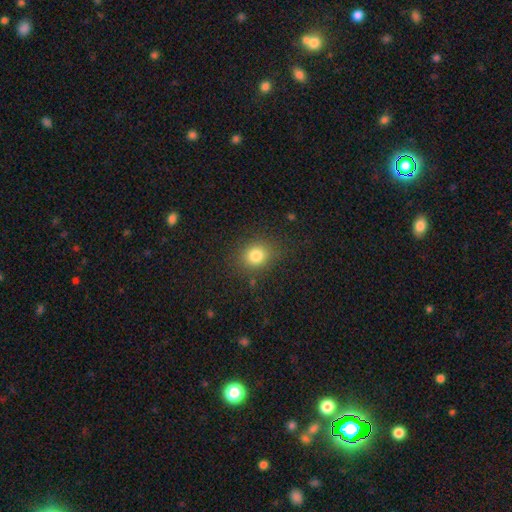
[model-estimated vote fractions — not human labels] The model was most divided on "how rounded": round: 68%, in between: 31%, cigar-shaped: 1%. More confident: merging — none (84%); smooth or featured — smooth (81%).